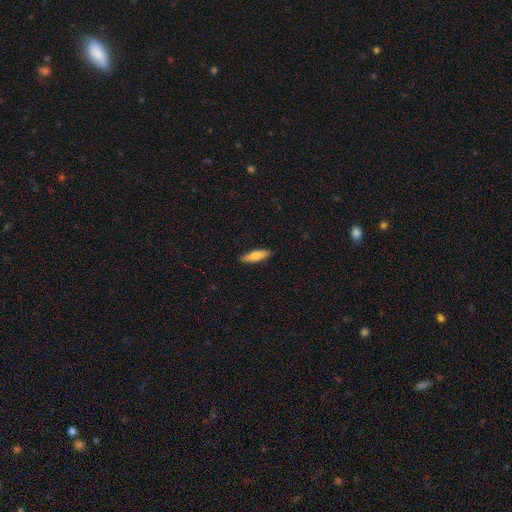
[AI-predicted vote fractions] Q: Smooth or featured?
A: smooth (72%); runner-up: featured or disk (23%)
Q: How rounded?
A: cigar-shaped (61%); runner-up: in between (37%)
Q: Merging?
A: none (90%); runner-up: minor disturbance (7%)